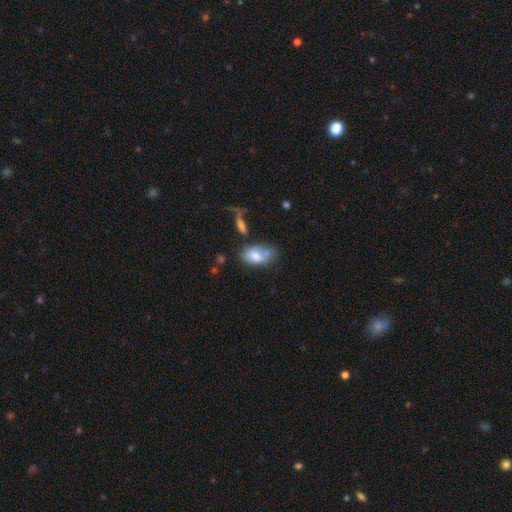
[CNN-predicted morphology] Smooth or featured?
  - smooth: 74% *
  - featured or disk: 18%
  - star or artifact: 8%
How rounded?
  - in between: 91% *
  - round: 7%
  - cigar-shaped: 3%
Merging?
  - none: 40% *
  - merger: 29%
  - minor disturbance: 22%
  - major disturbance: 10%